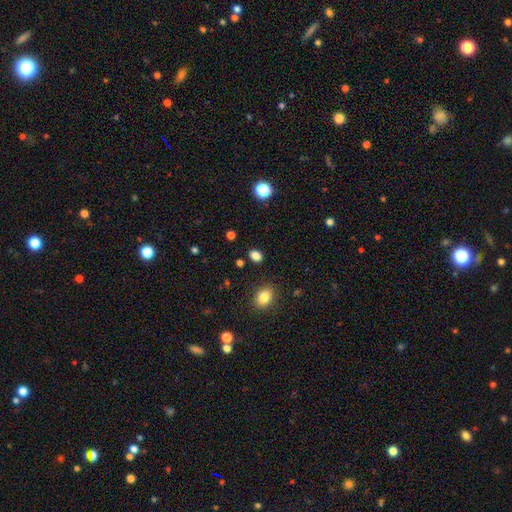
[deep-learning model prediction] smooth_or_featured: smooth (p=0.83) [alt: star or artifact p=0.13]
how_rounded: in between (p=0.72) [alt: round p=0.26]
merging: none (p=0.86) [alt: minor disturbance p=0.09]